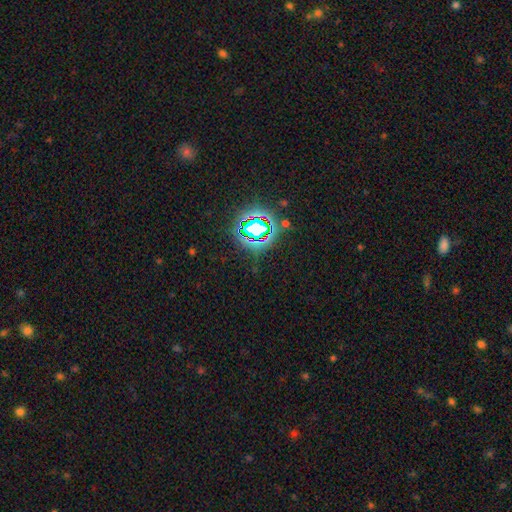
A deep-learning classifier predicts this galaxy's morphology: Overall: star or artifact (79%).